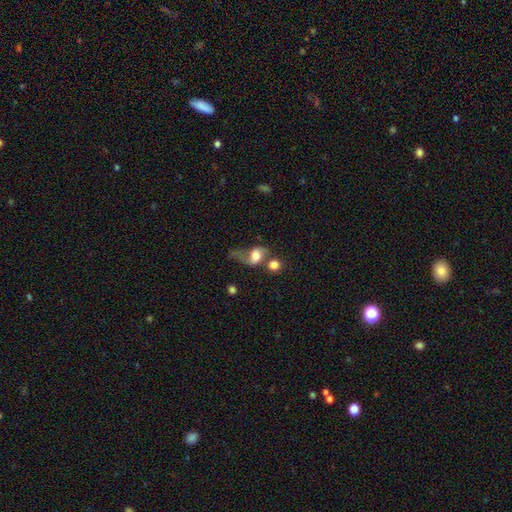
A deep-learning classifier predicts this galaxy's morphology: smooth_or_featured: smooth (p=0.56) [alt: featured or disk p=0.34]
how_rounded: in between (p=0.62) [alt: round p=0.35]
merging: major disturbance (p=0.32) [alt: merger p=0.30]